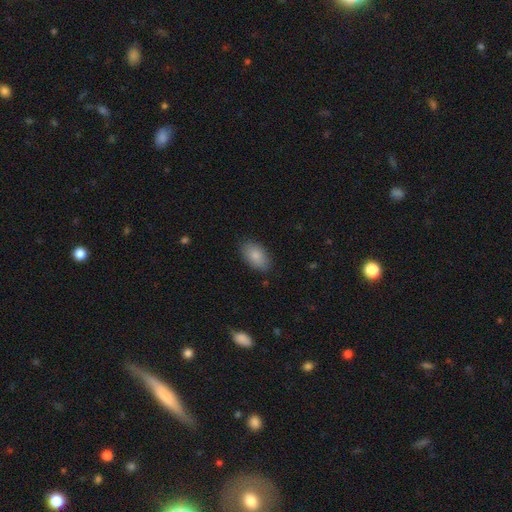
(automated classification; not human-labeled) Overall: smooth (86%). How rounded: in between (93%). Merging: none (84%).